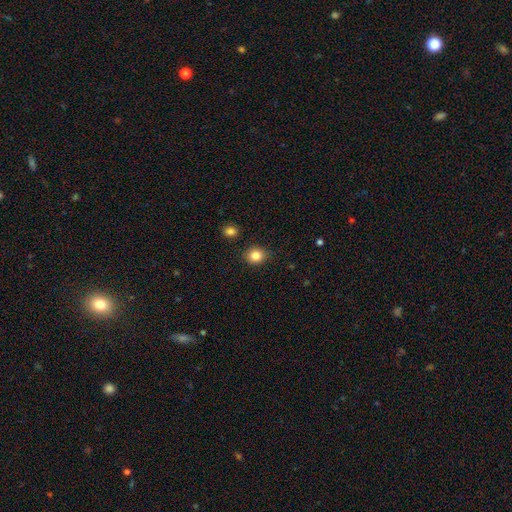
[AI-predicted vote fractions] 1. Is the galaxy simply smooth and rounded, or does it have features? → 84% smooth, 10% star or artifact, 5% featured or disk.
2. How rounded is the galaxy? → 74% round, 25% in between, 1% cigar-shaped.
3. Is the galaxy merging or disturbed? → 88% none, 8% minor disturbance, 2% major disturbance, 2% merger.